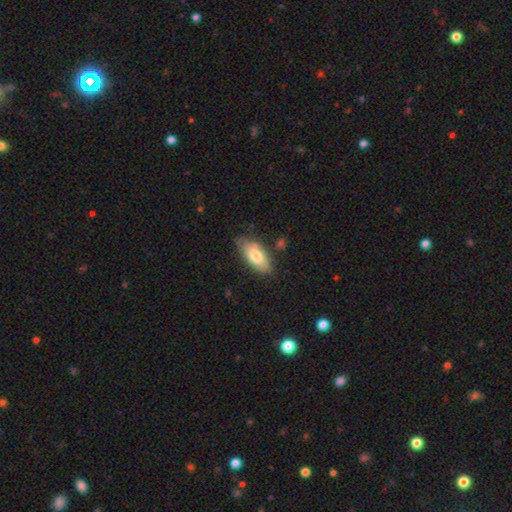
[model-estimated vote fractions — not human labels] Morphology: type=smooth (74%); roundness=in between (86%); merging=none (72%).